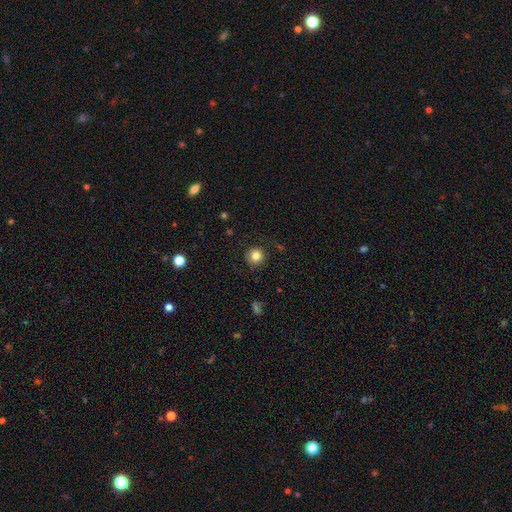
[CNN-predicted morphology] Q: Smooth or featured?
A: smooth (81%); runner-up: star or artifact (11%)
Q: How rounded?
A: round (94%); runner-up: in between (5%)
Q: Merging?
A: none (87%); runner-up: minor disturbance (9%)